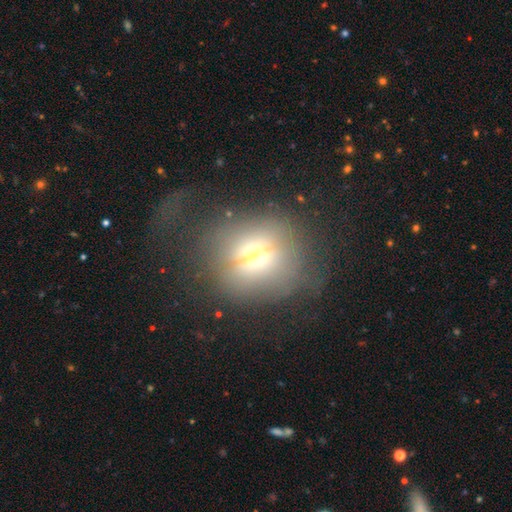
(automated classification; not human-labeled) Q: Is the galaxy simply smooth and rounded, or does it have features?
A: smooth — 51%.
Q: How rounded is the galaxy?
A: round — 83%.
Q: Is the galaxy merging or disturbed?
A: none — 44%.